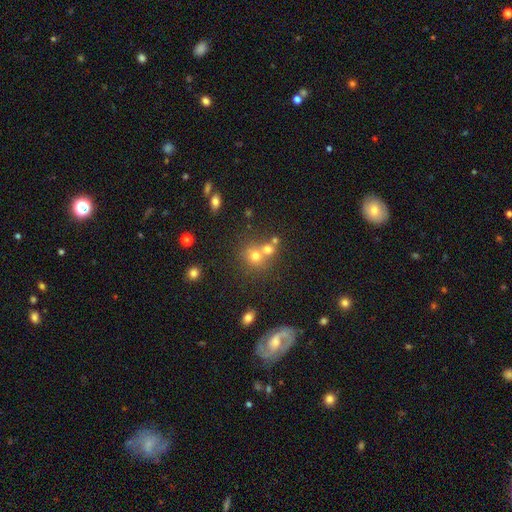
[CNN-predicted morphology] Smooth or featured? Predicted: smooth (p=0.66). How rounded? Predicted: round (p=0.81). Merging? Predicted: none (p=0.45).